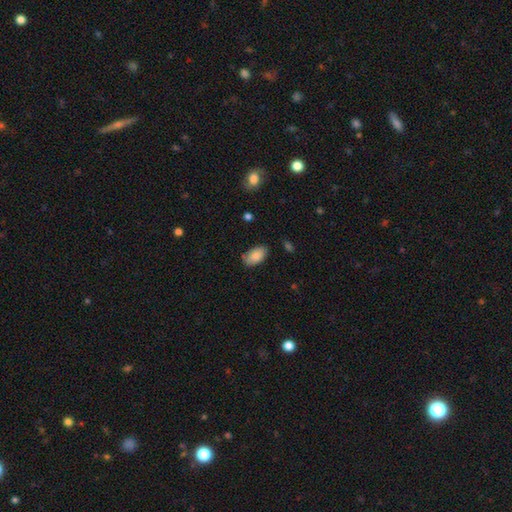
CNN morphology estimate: smooth-or-featured: smooth: 86% | featured or disk: 7% | star or artifact: 7%
  how-rounded: in between: 94% | round: 3% | cigar-shaped: 2%
  merging: none: 80% | minor disturbance: 16% | major disturbance: 3% | merger: 2%